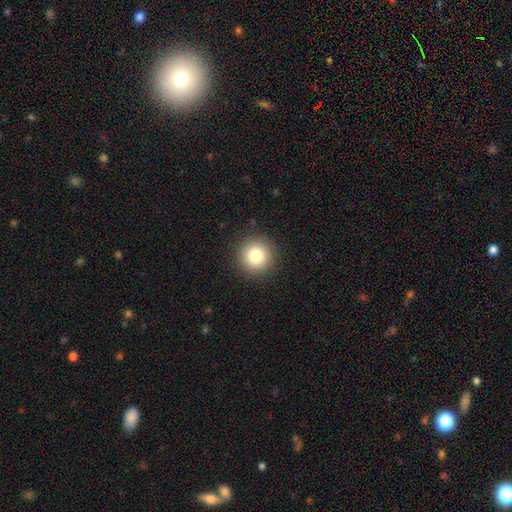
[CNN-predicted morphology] This appears to be a smooth galaxy with no disk features (81%) that is round (95%). Merging: none (92%).